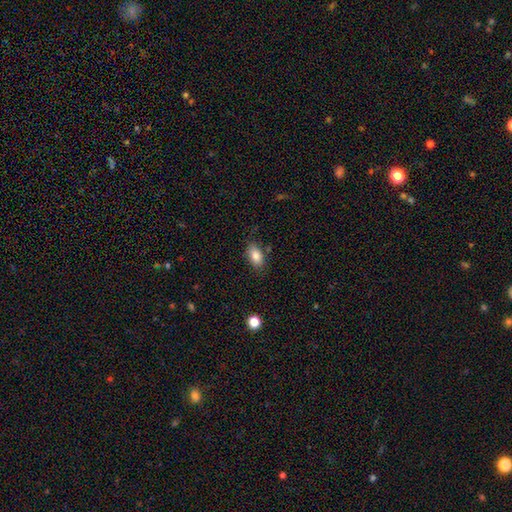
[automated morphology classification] This is clearly a smooth galaxy (84%). How rounded: clearly in between (91%). Merging: likely none (80%).